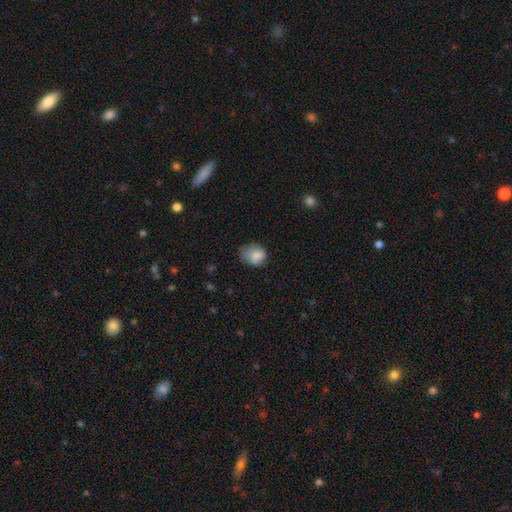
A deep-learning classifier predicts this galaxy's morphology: Smooth or featured?
  - smooth: 83% *
  - star or artifact: 9%
  - featured or disk: 8%
How rounded?
  - round: 56% *
  - in between: 43%
  - cigar-shaped: 1%
Merging?
  - none: 48% *
  - minor disturbance: 37%
  - major disturbance: 14%
  - merger: 2%